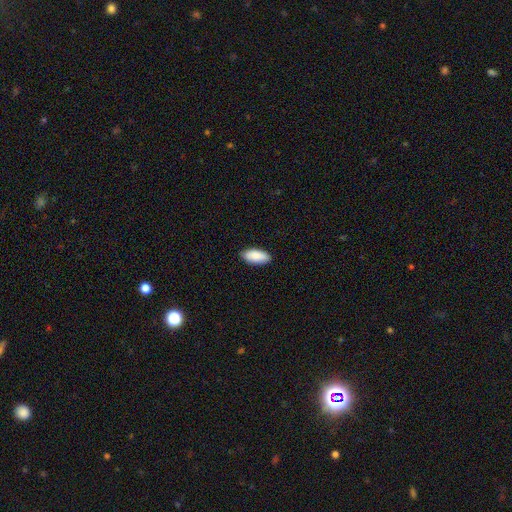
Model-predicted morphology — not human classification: Smooth or featured: smooth — 90% (star or artifact — 6%)
How rounded: in between — 90% (cigar-shaped — 8%)
Merging: none — 88% (minor disturbance — 9%)